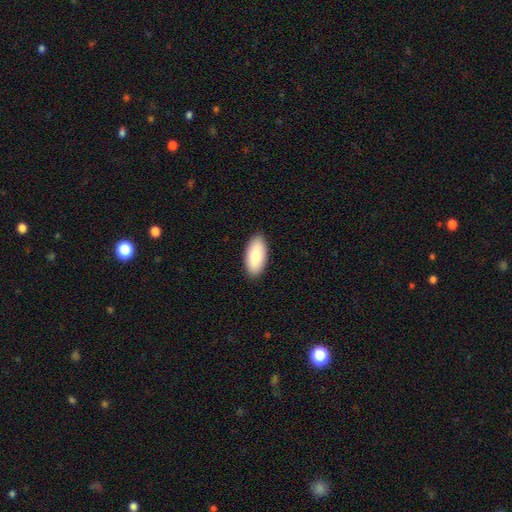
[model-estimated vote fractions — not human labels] Q: Smooth or featured?
A: smooth (81%); runner-up: featured or disk (14%)
Q: How rounded?
A: in between (91%); runner-up: cigar-shaped (7%)
Q: Merging?
A: none (89%); runner-up: minor disturbance (9%)